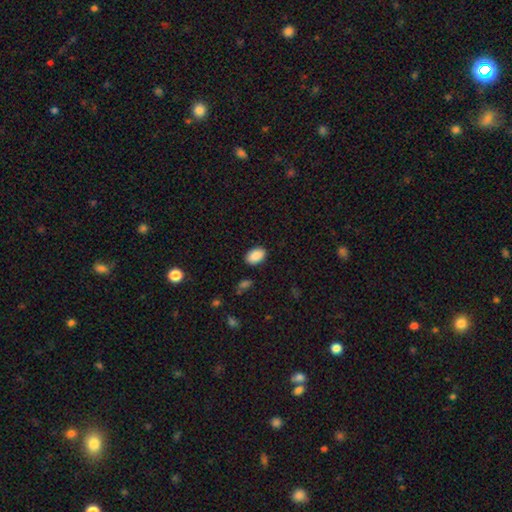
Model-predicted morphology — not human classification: The model was most divided on "merging": none: 87%, minor disturbance: 9%, major disturbance: 2%, merger: 2%. More confident: smooth or featured — smooth (89%); how rounded — in between (88%).